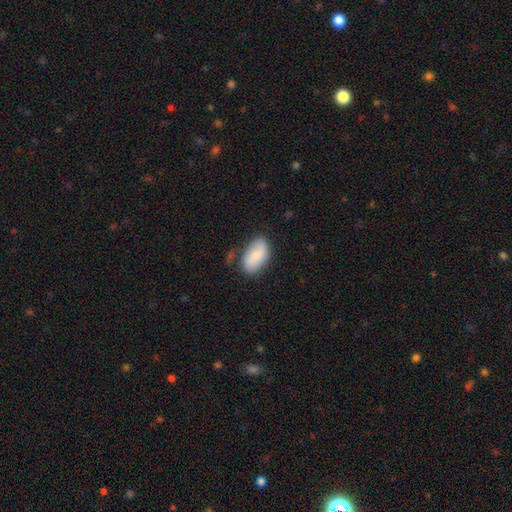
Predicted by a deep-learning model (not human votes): Smooth or featured? smooth (77%)
How rounded? in between (94%)
Merging? none (64%)